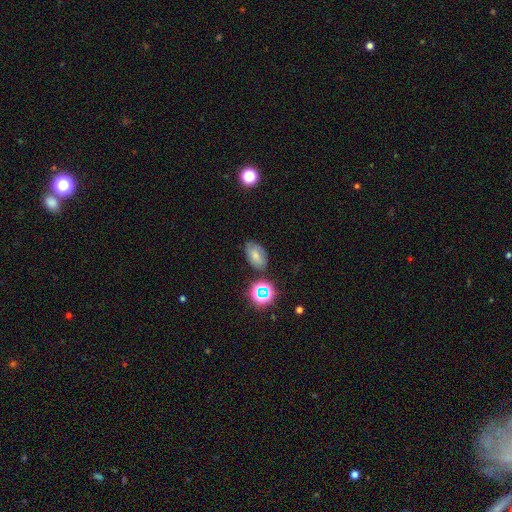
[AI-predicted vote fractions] Overall: smooth (60%; featured or disk 22%). How rounded: in between (85%). Merging: none (69%).